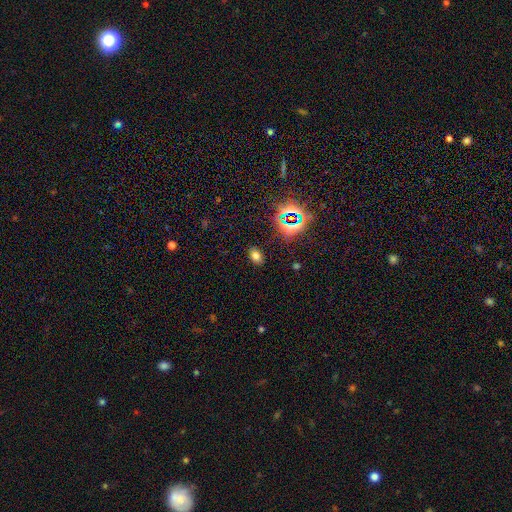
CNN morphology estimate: Smooth or featured? Predicted: smooth (p=0.66). How rounded? Predicted: in between (p=0.79). Merging? Predicted: none (p=0.86).